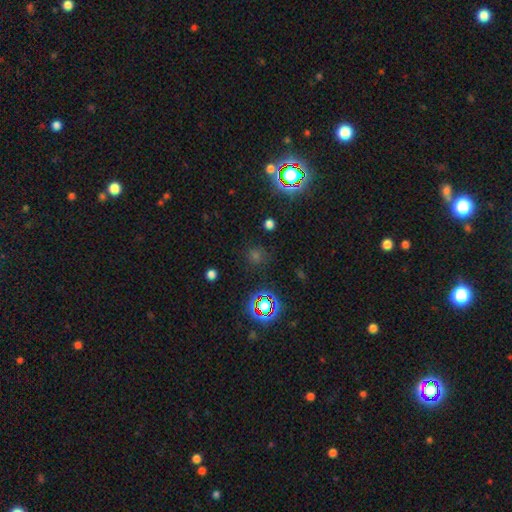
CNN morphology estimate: Overall: star or artifact (52%; smooth 40%).